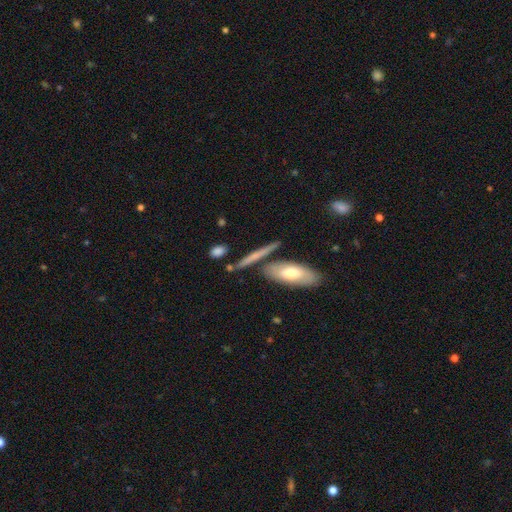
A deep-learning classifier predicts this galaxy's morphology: type=smooth (53%); roundness=cigar-shaped (77%); merging=none (72%).